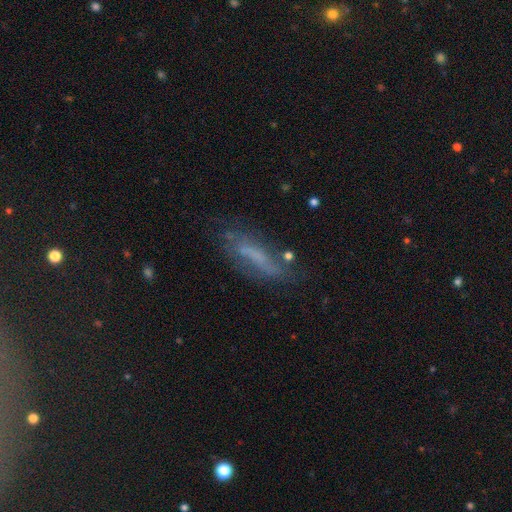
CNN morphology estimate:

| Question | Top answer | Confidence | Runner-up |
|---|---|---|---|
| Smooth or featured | smooth | 45% | featured or disk (44%) |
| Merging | none | 57% | minor disturbance (24%) |